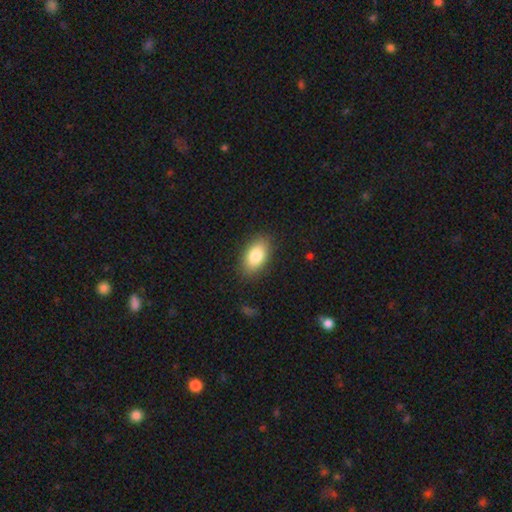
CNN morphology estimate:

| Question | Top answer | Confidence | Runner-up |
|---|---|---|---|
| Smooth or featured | smooth | 84% | featured or disk (9%) |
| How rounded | in between | 92% | round (5%) |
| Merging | none | 86% | minor disturbance (10%) |